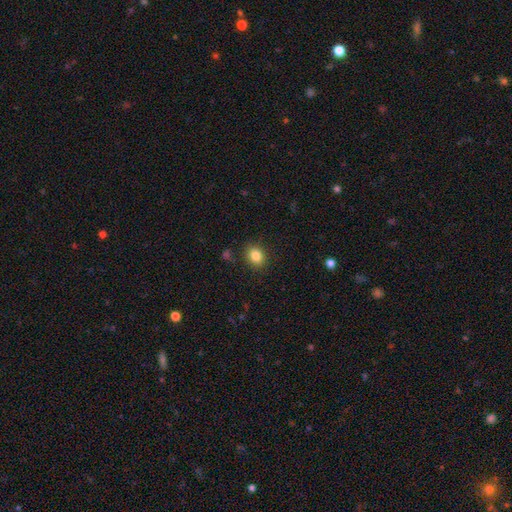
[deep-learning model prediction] smooth_or_featured: smooth (p=0.84) [alt: star or artifact p=0.10]
how_rounded: round (p=0.54) [alt: in between p=0.45]
merging: none (p=0.87) [alt: minor disturbance p=0.09]